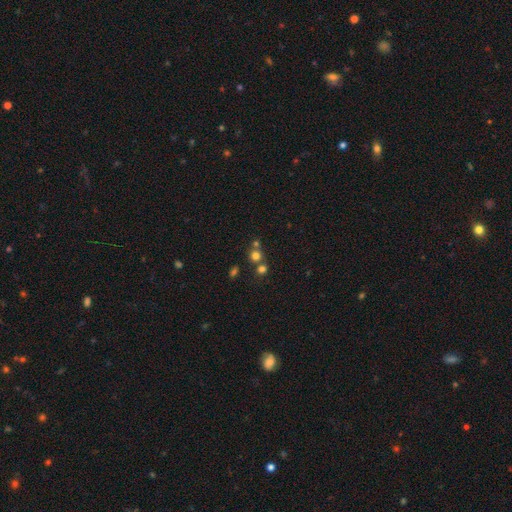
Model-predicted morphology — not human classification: smooth-or-featured: smooth: 70% | star or artifact: 21% | featured or disk: 9%
  how-rounded: round: 88% | in between: 11% | cigar-shaped: 1%
  merging: none: 60% | merger: 30% | minor disturbance: 7% | major disturbance: 3%